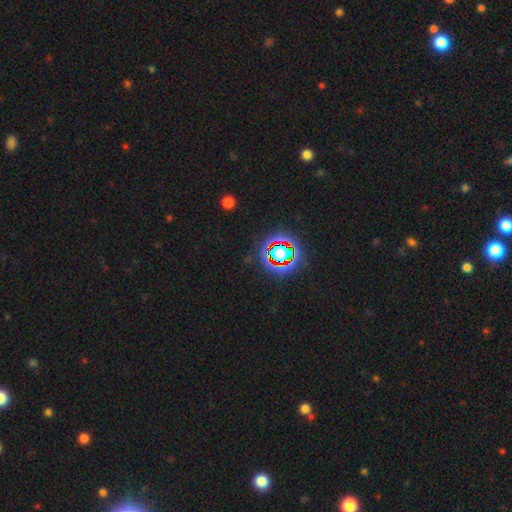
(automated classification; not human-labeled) Smooth or featured: star or artifact — 79% (smooth — 12%)